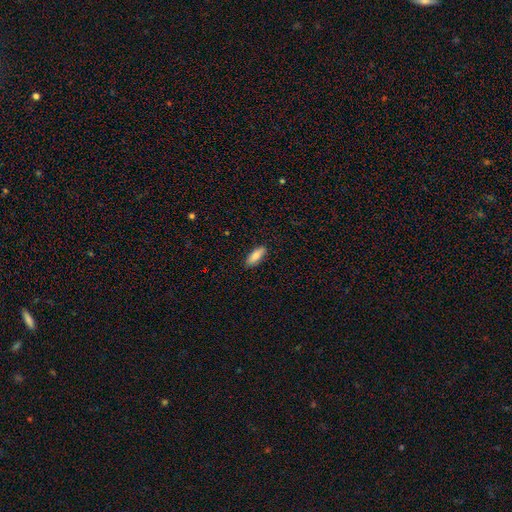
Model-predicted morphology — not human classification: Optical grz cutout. It shows a smooth galaxy with no disk features (84%) that is in between round and cigar-shaped (67%). Merging: none (88%).